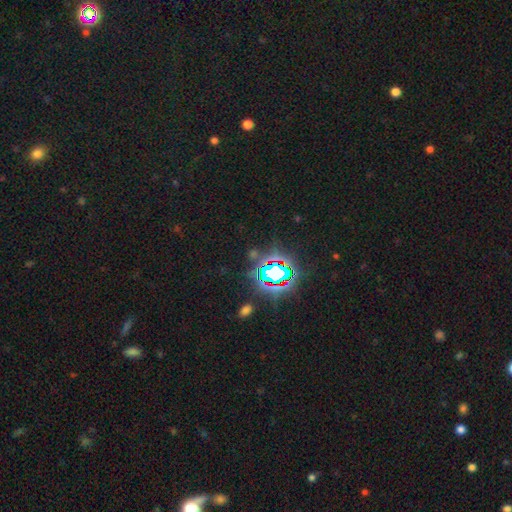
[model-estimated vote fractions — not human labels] Morphology: type=star or artifact (77%).